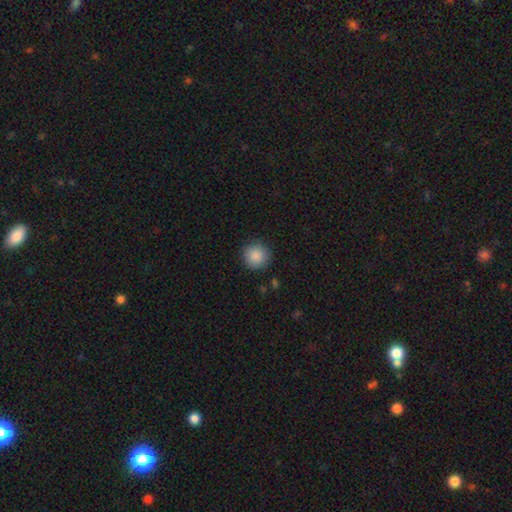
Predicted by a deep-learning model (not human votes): Smooth or featured: smooth — 88% (star or artifact — 8%)
How rounded: round — 95% (in between — 4%)
Merging: none — 89% (minor disturbance — 8%)